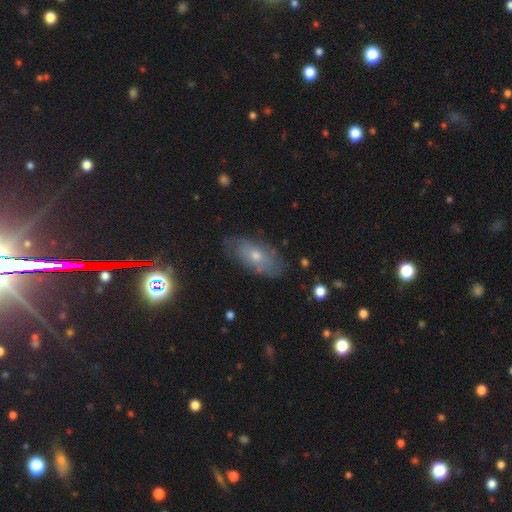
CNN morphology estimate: The model was most divided on "smooth or featured": featured or disk: 46%, smooth: 41%, star or artifact: 13%. More confident: merging — none (75%).